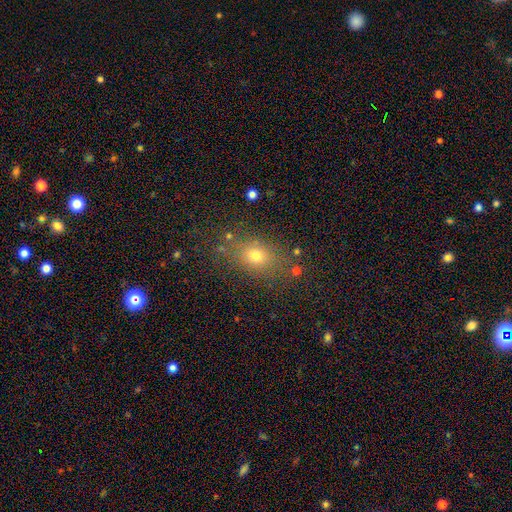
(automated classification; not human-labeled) Smooth or featured? smooth (72%)
How rounded? in between (62%)
Merging? none (77%)